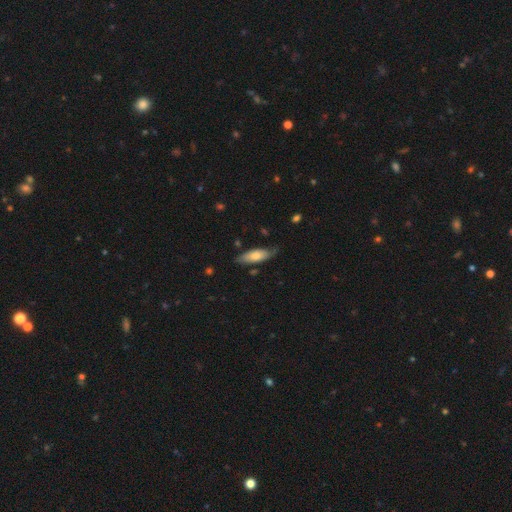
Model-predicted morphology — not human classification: This is likely a smooth galaxy (65%). How rounded: likely in between (62%). Merging: likely none (67%).